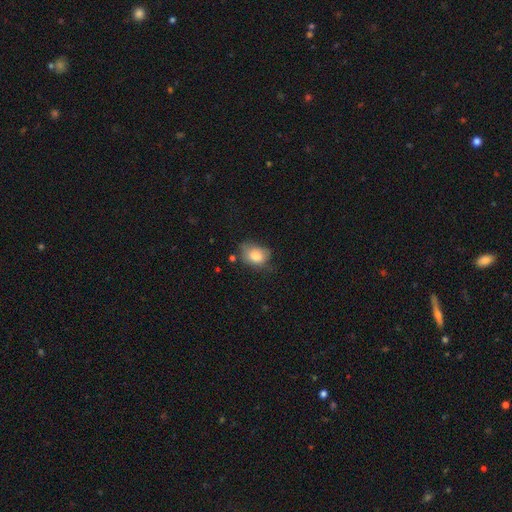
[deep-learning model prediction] Smooth or featured? Predicted: smooth (p=0.79). How rounded? Predicted: in between (p=0.70). Merging? Predicted: none (p=0.52).